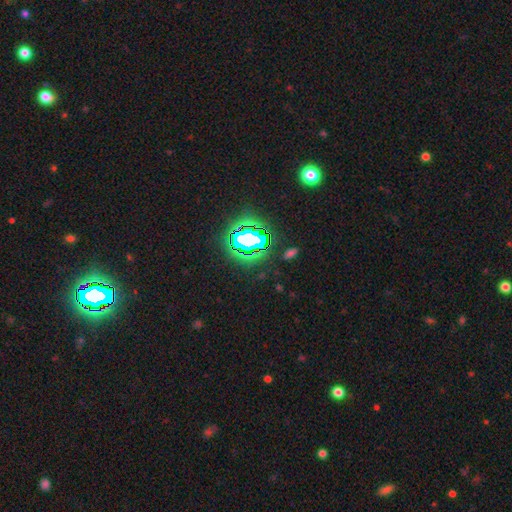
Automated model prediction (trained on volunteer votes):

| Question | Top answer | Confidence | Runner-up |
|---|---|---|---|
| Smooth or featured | star or artifact | 85% | smooth (9%) |